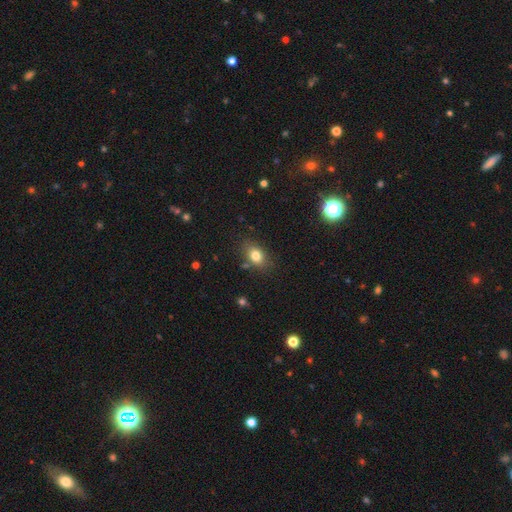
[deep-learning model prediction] The model was most divided on "how rounded": in between: 74%, round: 24%, cigar-shaped: 2%. More confident: smooth or featured — smooth (79%); merging — none (79%).